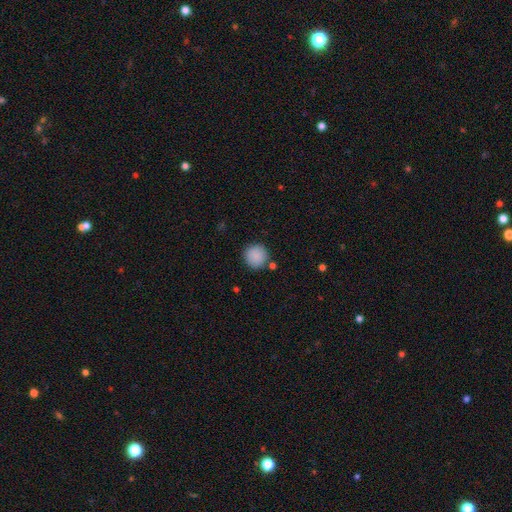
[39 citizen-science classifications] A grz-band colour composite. It shows a smooth galaxy with no disk features (87%) that is round (100%). Merging: none (89%).